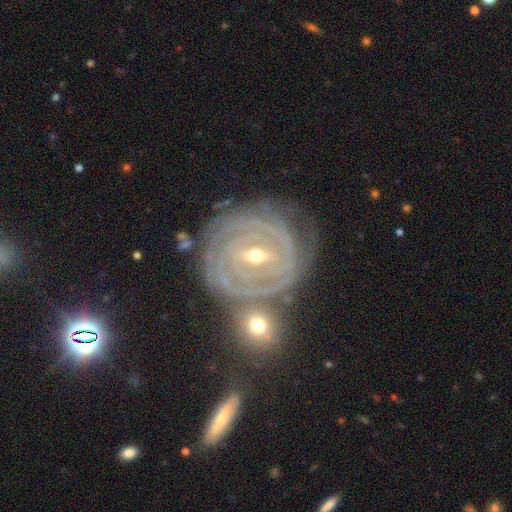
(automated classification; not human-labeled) Morphology: type=featured or disk (83%); edge-on=no (95%); bar=weak (42%); spiral arms=yes (91%); winding=tight (83%); arm count=can't tell (39%); bulge=small (55%); merging=none (64%).